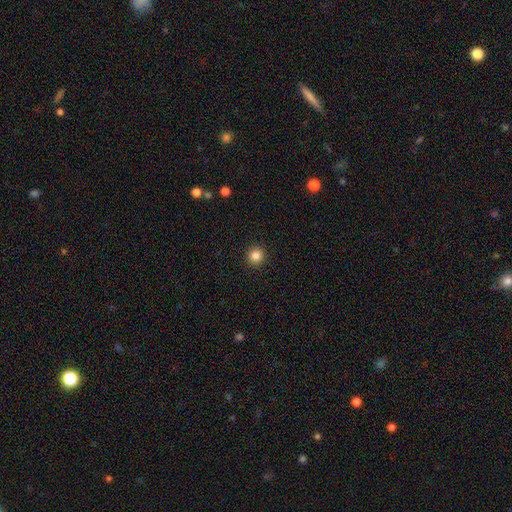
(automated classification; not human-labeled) This appears to be a smooth galaxy with no disk features (85%) that is round (95%). Merging: none (93%).